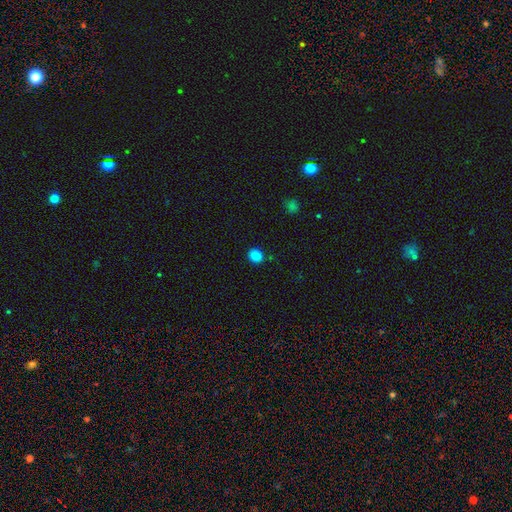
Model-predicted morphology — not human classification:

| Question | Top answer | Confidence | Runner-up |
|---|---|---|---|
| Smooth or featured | smooth | 85% | star or artifact (12%) |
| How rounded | round | 78% | in between (21%) |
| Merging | none | 85% | minor disturbance (10%) |